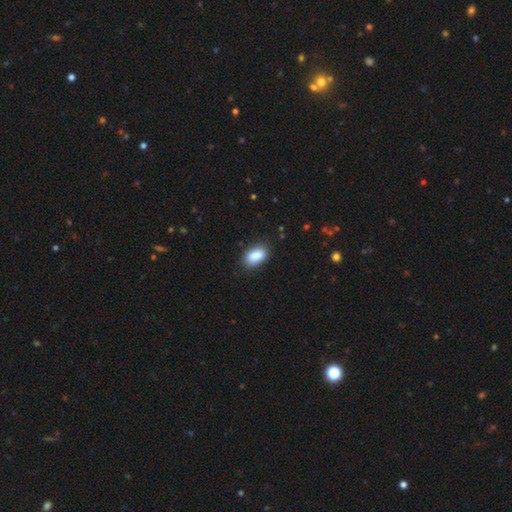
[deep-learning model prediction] A smooth galaxy with no disk features (88%) that is in between round and cigar-shaped (91%). Merging: none (84%).